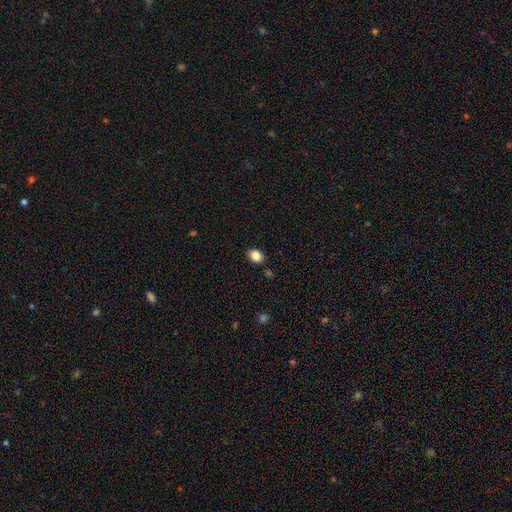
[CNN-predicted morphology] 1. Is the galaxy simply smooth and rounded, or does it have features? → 84% smooth, 10% star or artifact, 6% featured or disk.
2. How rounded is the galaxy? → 64% in between, 35% round, 1% cigar-shaped.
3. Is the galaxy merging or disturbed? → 86% none, 10% minor disturbance, 2% major disturbance, 2% merger.